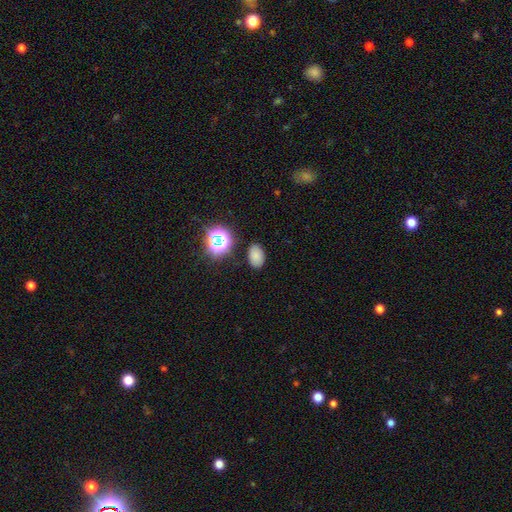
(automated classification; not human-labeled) smooth-or-featured: smooth: 74% | star or artifact: 19% | featured or disk: 7%
  how-rounded: in between: 85% | round: 13% | cigar-shaped: 1%
  merging: none: 83% | minor disturbance: 11% | major disturbance: 3% | merger: 2%